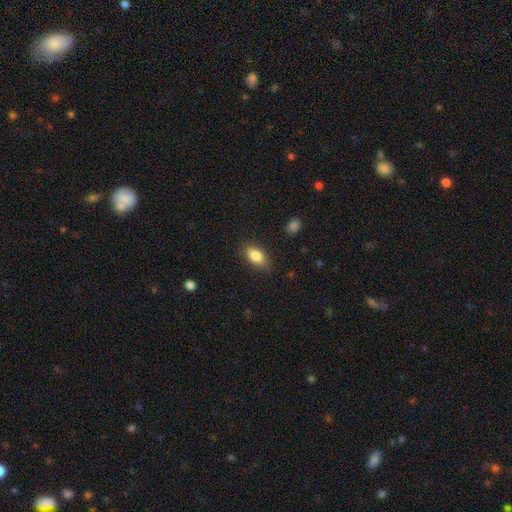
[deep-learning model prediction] A smooth galaxy with no disk features (85%) that is in between round and cigar-shaped (89%). Merging: none (84%).